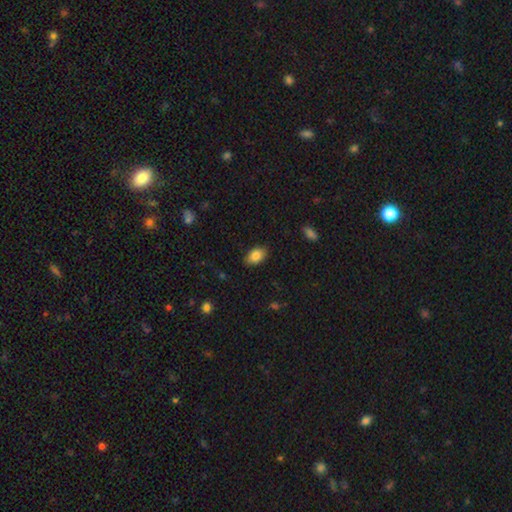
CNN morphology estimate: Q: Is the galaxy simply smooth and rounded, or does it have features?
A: smooth — 86%.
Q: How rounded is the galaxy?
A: in between — 90%.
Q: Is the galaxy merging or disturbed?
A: none — 86%.